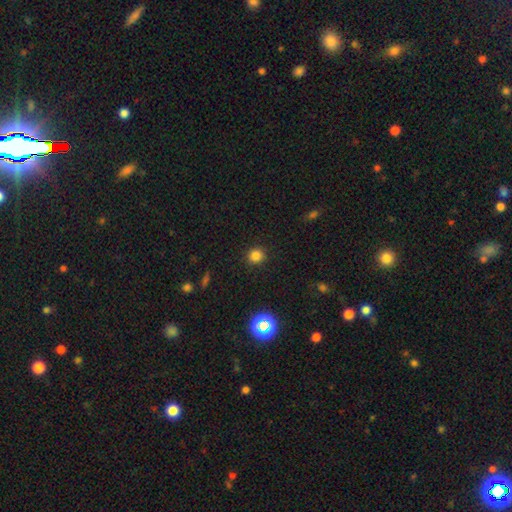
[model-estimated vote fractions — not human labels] Smooth or featured: smooth — 79% (star or artifact — 16%)
How rounded: round — 89% (in between — 10%)
Merging: none — 90% (minor disturbance — 6%)